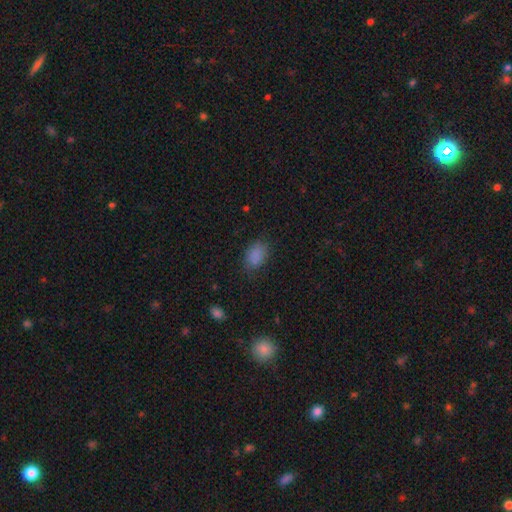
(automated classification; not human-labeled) Q: Smooth or featured?
A: smooth (85%); runner-up: star or artifact (10%)
Q: How rounded?
A: in between (82%); runner-up: round (16%)
Q: Merging?
A: none (72%); runner-up: minor disturbance (21%)